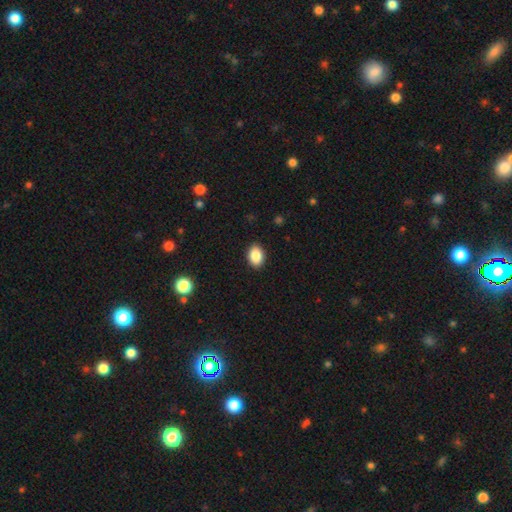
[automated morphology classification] The model was most divided on "how rounded": in between: 81%, round: 18%, cigar-shaped: 1%. More confident: merging — none (90%); smooth or featured — smooth (88%).